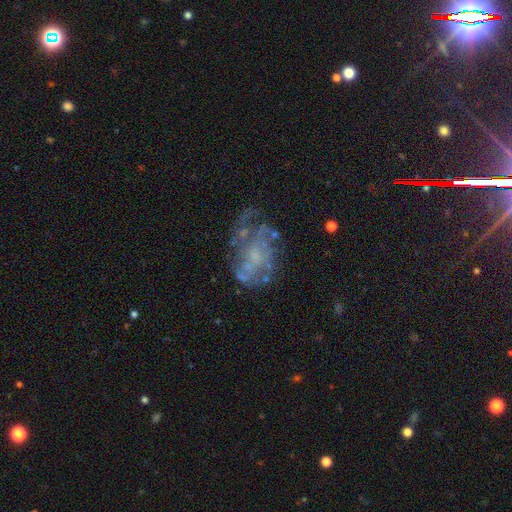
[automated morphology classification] A featured or disk galaxy (71%) with no bar (77%), spiral arms (69%) and a small central bulge (41%).

Vote fractions:
- Smooth or featured? featured or disk: 71% / smooth: 15% / star or artifact: 14%
- Edge-on disk? no: 97% / yes: 3%
- Bar? no: 77% / weak: 19% / strong: 4%
- Spiral arms? yes: 69% / no: 31%
- Bulge size? small: 41% / none: 34% / moderate: 21% / large: 3% / dominant: 1%
- Merging? none: 55% / major disturbance: 21% / minor disturbance: 21% / merger: 3%